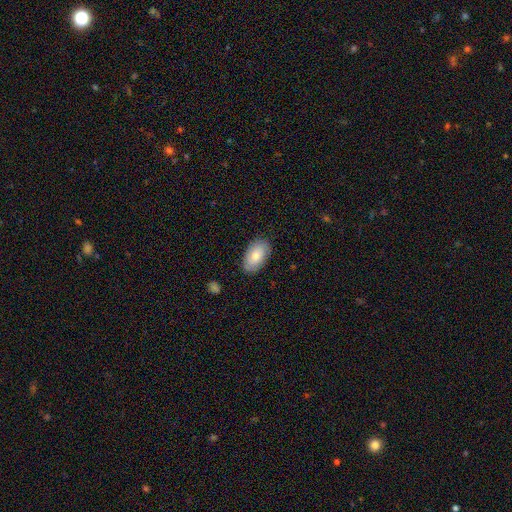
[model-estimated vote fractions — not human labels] Smooth or featured? smooth (75%)
How rounded? in between (94%)
Merging? none (85%)